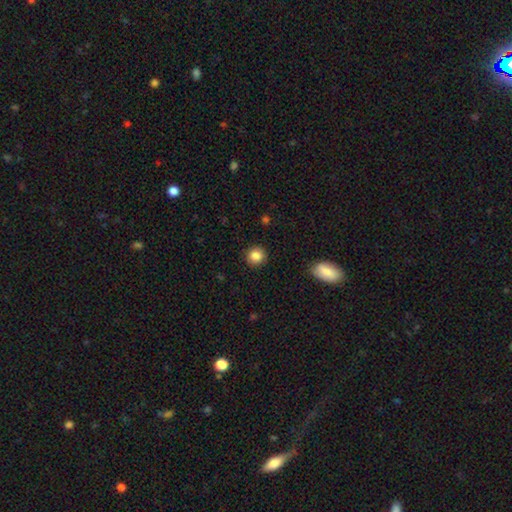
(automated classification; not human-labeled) This appears to be a smooth galaxy with no disk features (86%) that is round (90%). Merging: none (90%).